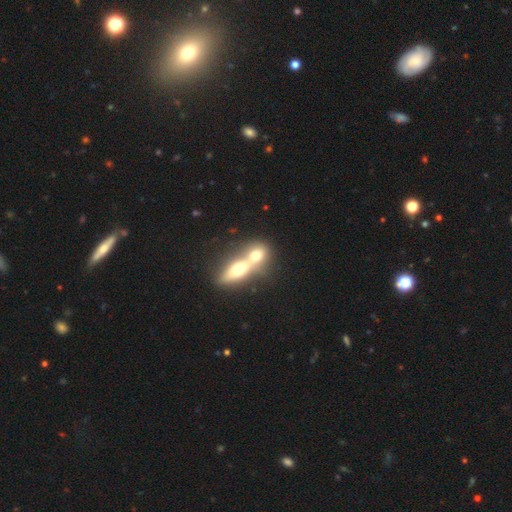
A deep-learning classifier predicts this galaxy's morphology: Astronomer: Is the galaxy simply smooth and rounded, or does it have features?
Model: smooth — 66%.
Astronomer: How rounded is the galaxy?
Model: in between — 52% (runner-up: round, 35%).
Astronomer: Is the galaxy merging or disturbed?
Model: merger — 74%.